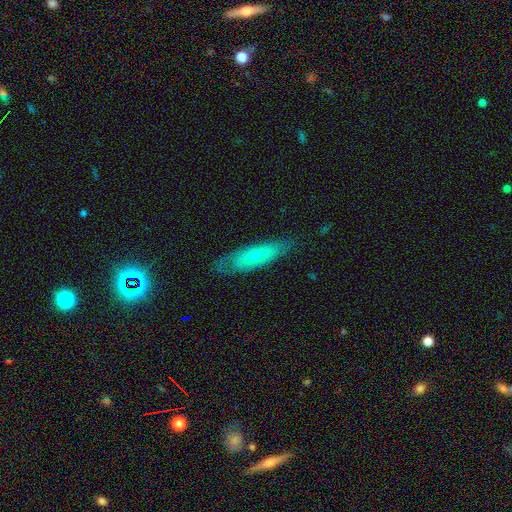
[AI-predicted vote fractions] Smooth or featured: smooth — 49% (featured or disk — 45%)
Merging: none — 75% (minor disturbance — 19%)